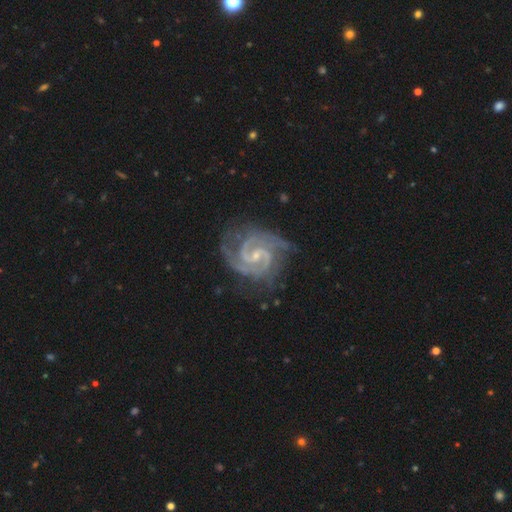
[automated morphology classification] A featured or disk galaxy (94%) with a weak bar (52%), 2 (78%) tight (52%) spiral arms (99%) and a small central bulge (71%).

Vote fractions:
- Smooth or featured? featured or disk: 94% / star or artifact: 4% / smooth: 2%
- Edge-on disk? no: 98% / yes: 2%
- Bar? weak: 52% / no: 30% / strong: 18%
- Spiral arms? yes: 99% / no: 1%
- Spiral winding? tight: 52% / medium: 43% / loose: 5%
- Spiral arm count? 2: 78% / 3: 11% / can't tell: 4% / 4: 3% / more than 4: 2% / 1: 2%
- Bulge size? small: 71% / moderate: 22% / none: 5% / large: 1% / dominant: 1%
- Merging? none: 73% / minor disturbance: 18% / major disturbance: 7% / merger: 2%